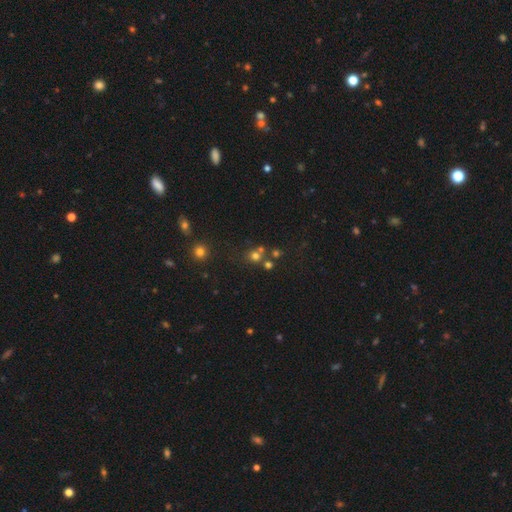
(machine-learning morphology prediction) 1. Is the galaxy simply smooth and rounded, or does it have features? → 65% smooth, 24% star or artifact, 11% featured or disk.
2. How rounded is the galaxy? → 86% round, 13% in between, 1% cigar-shaped.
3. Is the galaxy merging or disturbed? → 59% none, 28% merger, 9% minor disturbance, 4% major disturbance.